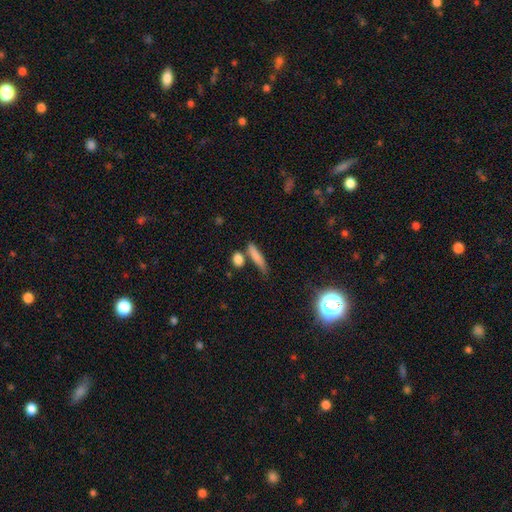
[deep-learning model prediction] This is likely a smooth galaxy (79%). How rounded: likely cigar-shaped (71%). Merging: likely none (63%).